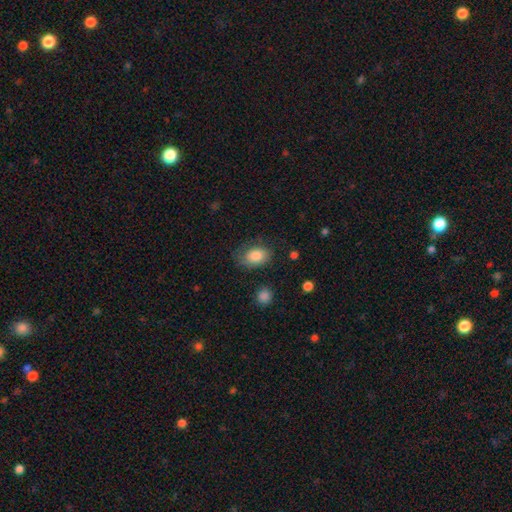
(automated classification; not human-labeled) The model was most divided on "merging": none: 65%, minor disturbance: 23%, major disturbance: 10%, merger: 2%. More confident: how rounded — in between (83%); smooth or featured — smooth (83%).